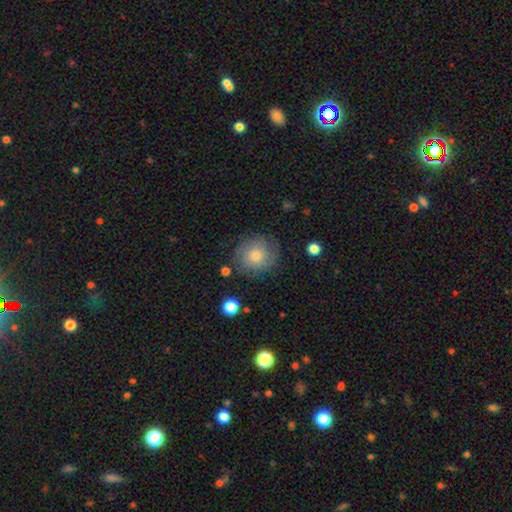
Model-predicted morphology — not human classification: Smooth or featured? smooth (66%)
How rounded? round (88%)
Merging? none (80%)